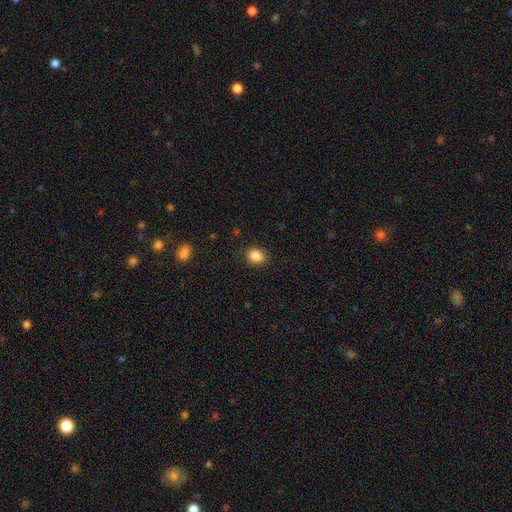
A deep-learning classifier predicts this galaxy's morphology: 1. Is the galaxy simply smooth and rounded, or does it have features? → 87% smooth, 10% star or artifact, 4% featured or disk.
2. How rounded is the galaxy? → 59% round, 40% in between, 1% cigar-shaped.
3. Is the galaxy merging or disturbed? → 87% none, 9% minor disturbance, 3% major disturbance, 1% merger.